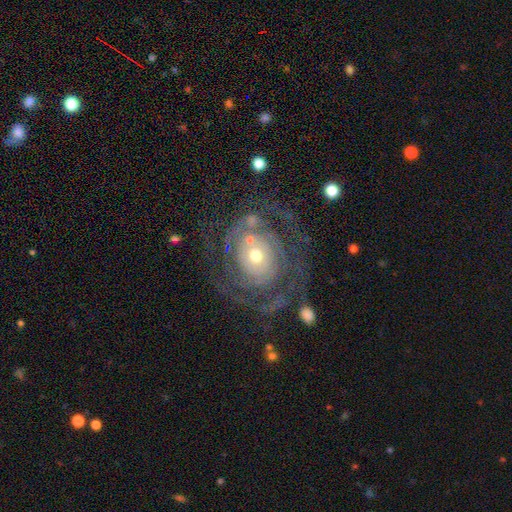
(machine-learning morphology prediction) smooth_or_featured: featured or disk (p=0.85) [alt: smooth p=0.09]
disk_edge_on: no (p=0.97) [alt: yes p=0.03]
bar: no (p=0.82) [alt: weak p=0.14]
has_spiral_arms: yes (p=0.92) [alt: no p=0.08]
spiral_winding: tight (p=0.65) [alt: medium p=0.25]
spiral_arm_count: 2 (p=0.36) [alt: can't tell p=0.26]
bulge_size: moderate (p=0.48) [alt: small p=0.45]
merging: none (p=0.63) [alt: major disturbance p=0.17]